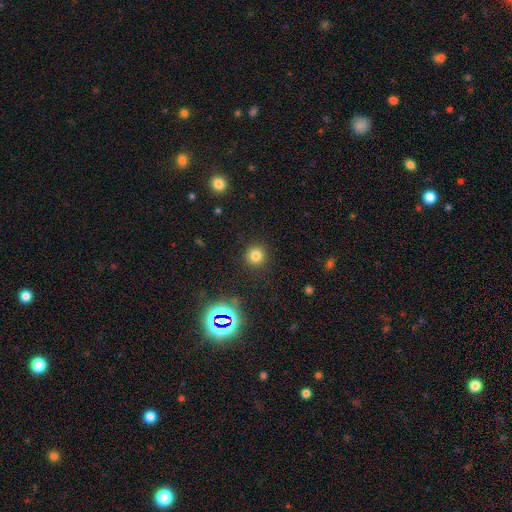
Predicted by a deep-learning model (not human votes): smooth 76%, star or artifact 18%, featured or disk 6%. Down the decision tree: how rounded — round (93%); merging — none (91%).